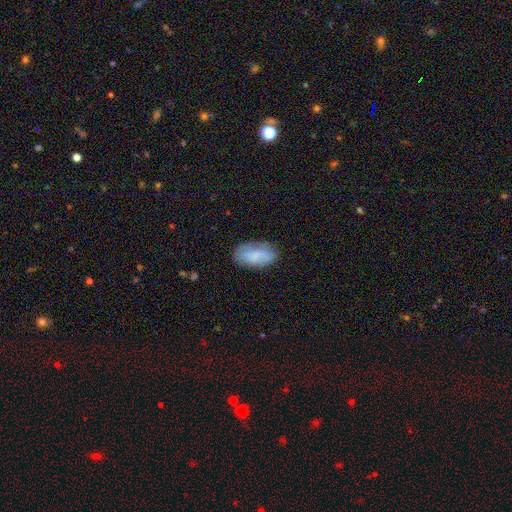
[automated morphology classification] This is likely a smooth galaxy (74%). How rounded: clearly in between (94%). Merging: likely none (72%).